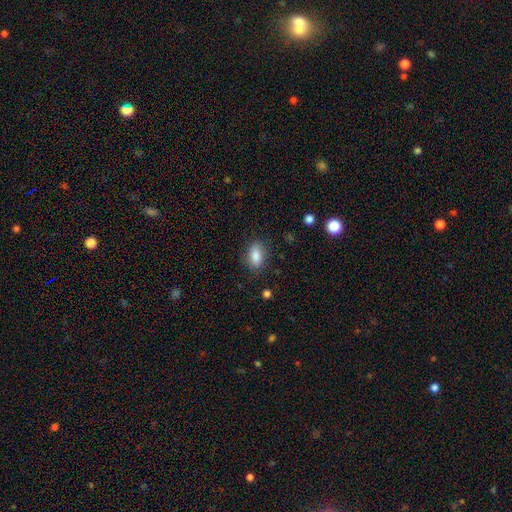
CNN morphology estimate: Q: Smooth or featured?
A: smooth (86%); runner-up: star or artifact (8%)
Q: How rounded?
A: in between (90%); runner-up: round (7%)
Q: Merging?
A: none (81%); runner-up: minor disturbance (14%)